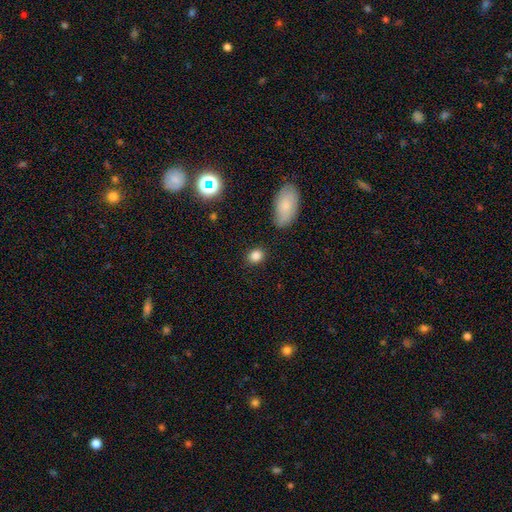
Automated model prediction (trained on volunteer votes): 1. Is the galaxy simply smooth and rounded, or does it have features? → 84% smooth, 11% star or artifact, 5% featured or disk.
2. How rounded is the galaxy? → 63% round, 36% in between, 2% cigar-shaped.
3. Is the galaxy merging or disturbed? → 87% none, 9% minor disturbance, 3% major disturbance, 2% merger.